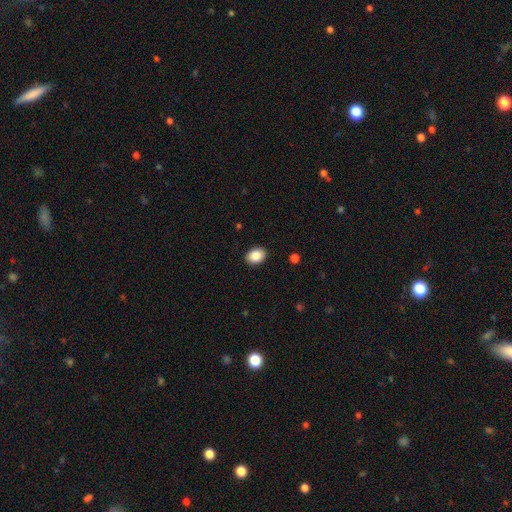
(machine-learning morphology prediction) This is clearly a smooth galaxy (88%). How rounded: likely in between (75%). Merging: clearly none (90%).